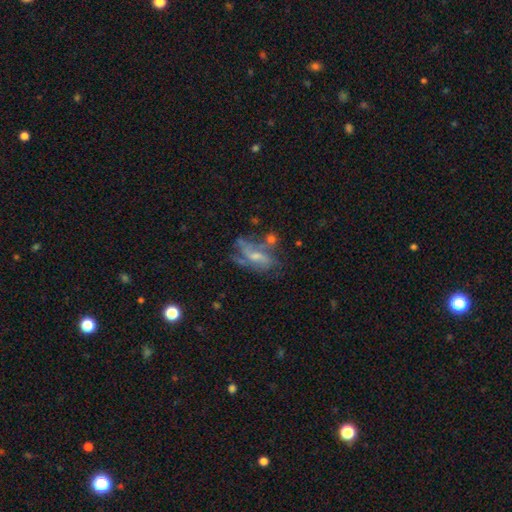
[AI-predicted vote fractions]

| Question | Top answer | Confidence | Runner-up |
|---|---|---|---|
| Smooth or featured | featured or disk | 61% | smooth (28%) |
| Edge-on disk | no | 90% | yes (10%) |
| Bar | no | 48% | weak (37%) |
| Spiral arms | yes | 63% | no (37%) |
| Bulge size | small | 47% | moderate (36%) |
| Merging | none | 38% | major disturbance (26%) |